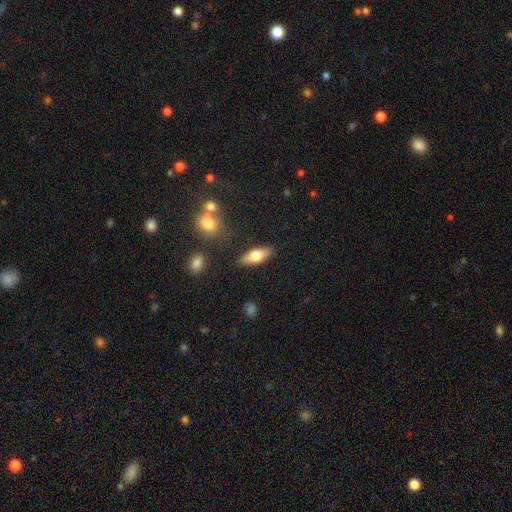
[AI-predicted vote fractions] Smooth or featured? smooth (58%)
How rounded? in between (64%)
Merging? none (85%)